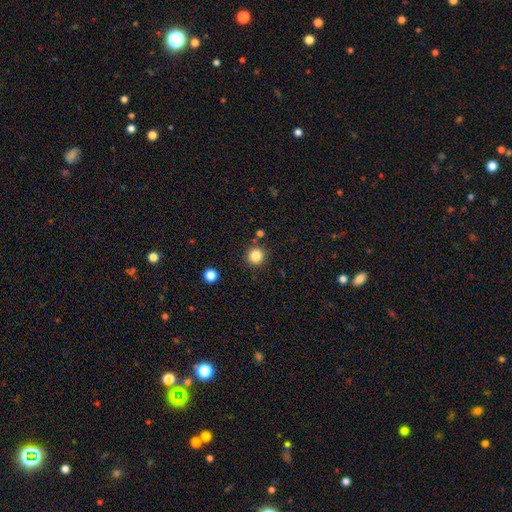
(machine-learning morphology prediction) Smooth or featured? smooth (84%)
How rounded? round (95%)
Merging? none (87%)